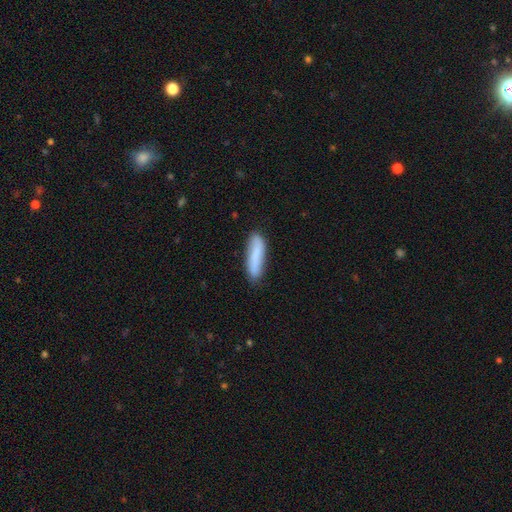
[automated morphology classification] This appears to be a smooth galaxy with no disk features (78%) that is cigar-shaped (74%). Merging: none (81%).